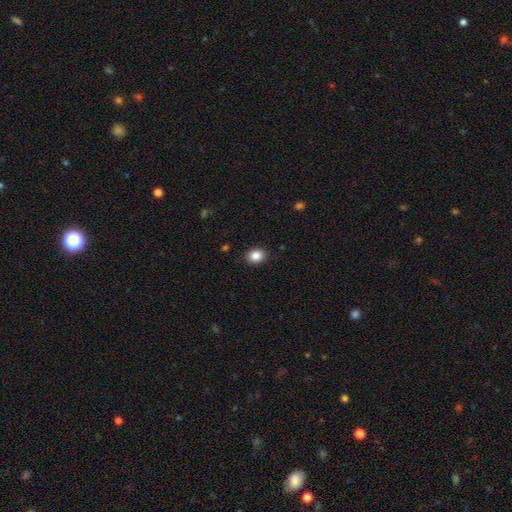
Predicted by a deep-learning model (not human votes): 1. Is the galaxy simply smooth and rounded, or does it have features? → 86% smooth, 9% star or artifact, 4% featured or disk.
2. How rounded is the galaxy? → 54% round, 45% in between, 1% cigar-shaped.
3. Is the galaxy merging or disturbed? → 89% none, 8% minor disturbance, 2% major disturbance, 1% merger.